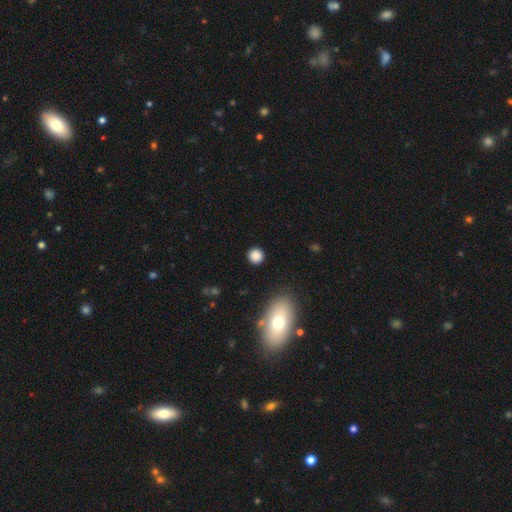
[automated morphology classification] Overall: smooth (85%). How rounded: round (91%). Merging: none (88%).